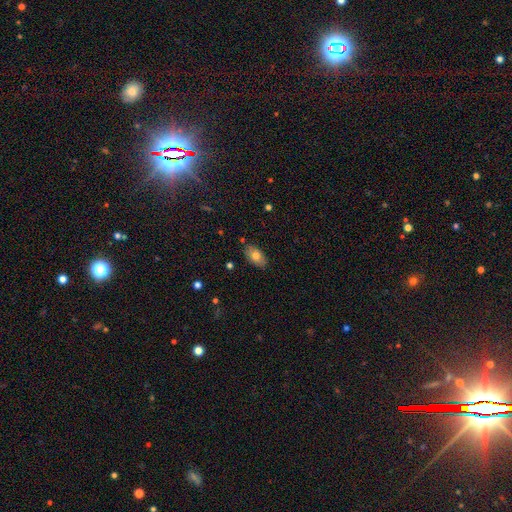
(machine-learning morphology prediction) Smooth or featured? smooth (75%)
How rounded? in between (91%)
Merging? none (84%)